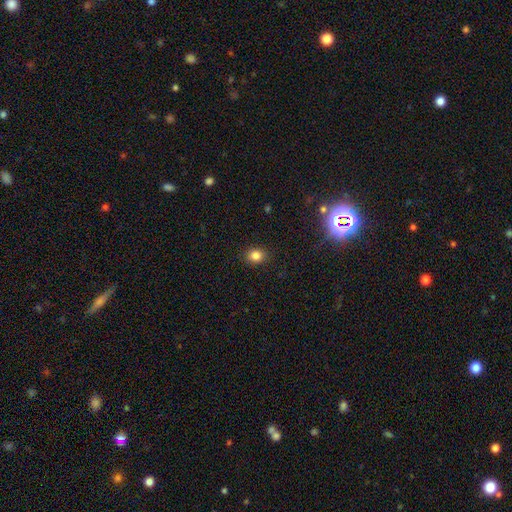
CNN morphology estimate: Smooth or featured? smooth (82%)
How rounded? round (63%)
Merging? none (89%)